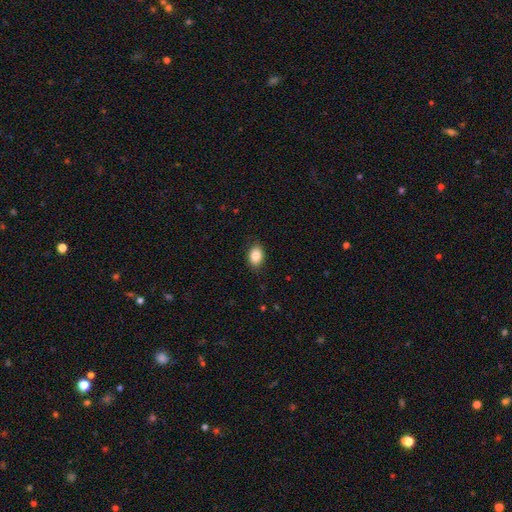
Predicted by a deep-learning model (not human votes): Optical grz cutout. It shows a smooth galaxy with no disk features (86%) that is in between round and cigar-shaped (79%). Merging: none (86%).